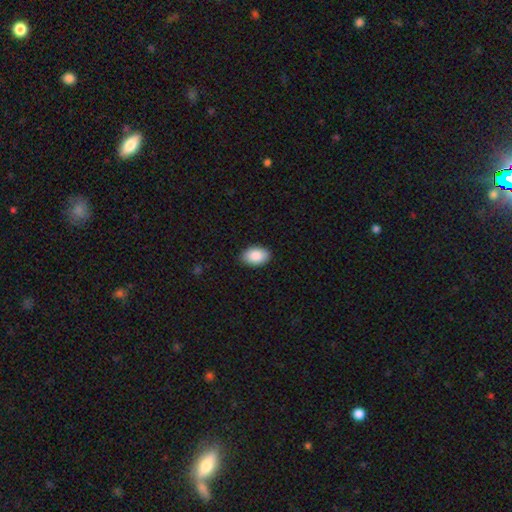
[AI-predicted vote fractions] The model was most divided on "merging": none: 88%, minor disturbance: 9%, major disturbance: 2%, merger: 1%. More confident: how rounded — in between (91%); smooth or featured — smooth (89%).